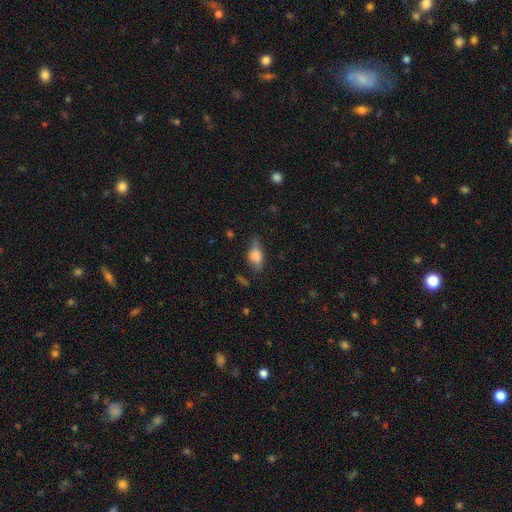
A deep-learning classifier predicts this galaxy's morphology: This is likely a smooth galaxy (67%). How rounded: clearly in between (80%). Merging: likely none (62%).